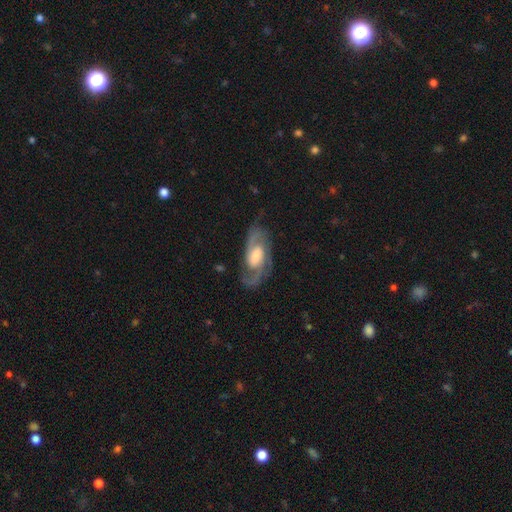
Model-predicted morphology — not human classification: A featured or disk galaxy (87%) with a weak bar (45%), 2 (85%) medium (53%) spiral arms (97%) and a moderate central bulge (48%). Merging: none (76%).